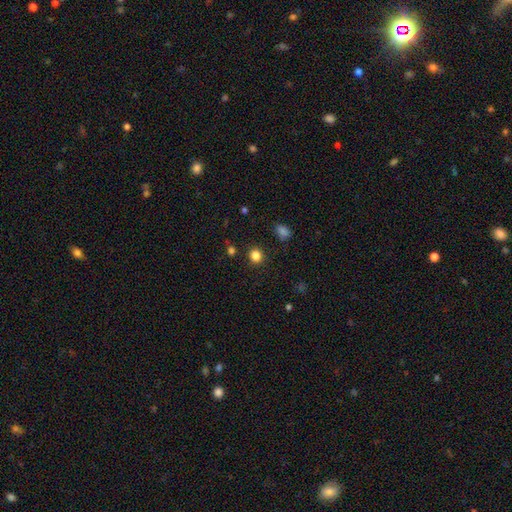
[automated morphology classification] Smooth or featured? smooth (83%)
How rounded? round (88%)
Merging? none (89%)